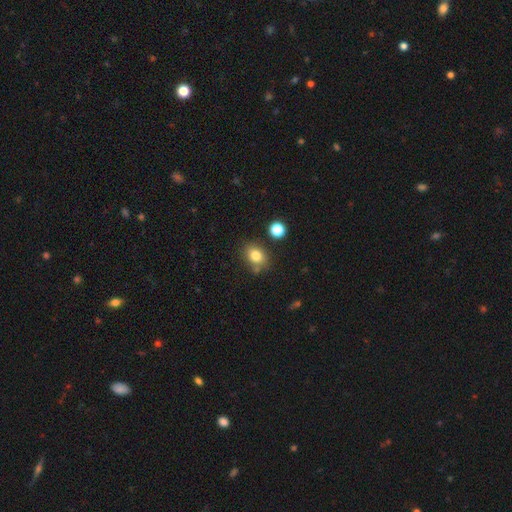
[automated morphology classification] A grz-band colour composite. It shows a smooth galaxy with no disk features (81%) that is in between round and cigar-shaped (60%). Merging: none (73%).